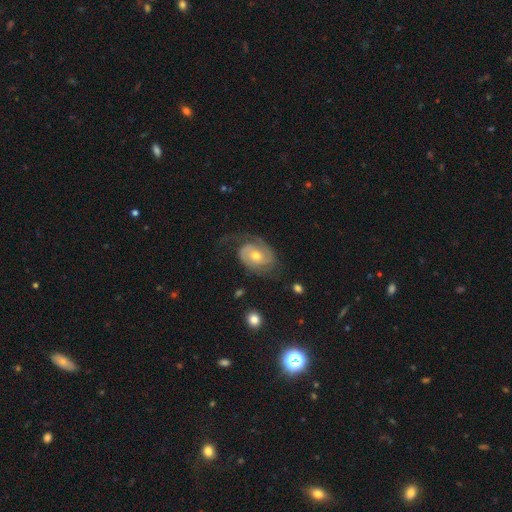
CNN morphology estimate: Smooth or featured? featured or disk (81%)
Edge-on disk? no (97%)
Bar? no (67%)
Spiral arms? yes (93%)
Spiral winding? tight (42%)
Spiral arm count? 2 (68%)
Bulge size? moderate (65%)
Merging? none (57%)